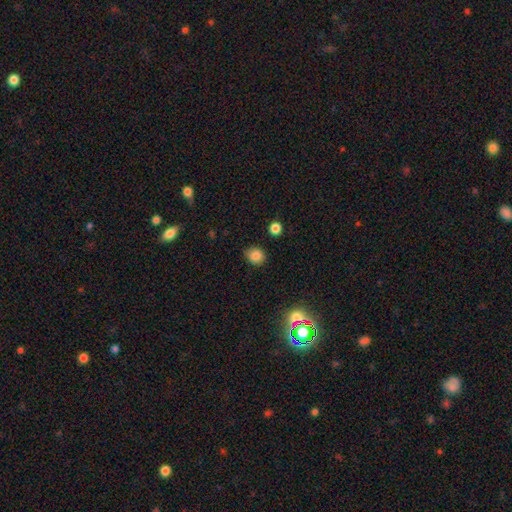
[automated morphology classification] smooth-or-featured: smooth: 84% | star or artifact: 11% | featured or disk: 5%
  how-rounded: round: 75% | in between: 24% | cigar-shaped: 1%
  merging: none: 86% | minor disturbance: 10% | major disturbance: 3% | merger: 2%